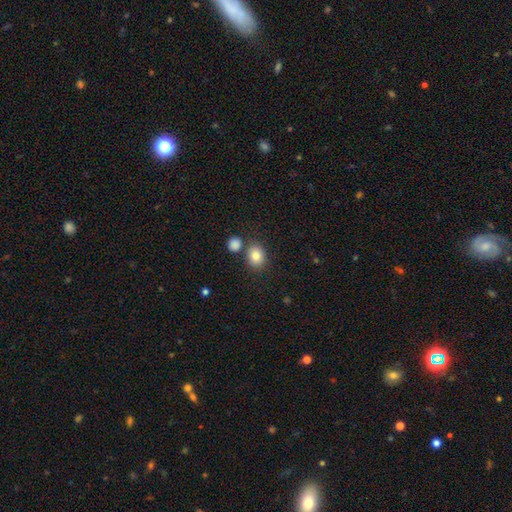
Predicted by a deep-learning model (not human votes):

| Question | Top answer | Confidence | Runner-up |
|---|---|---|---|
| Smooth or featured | smooth | 83% | star or artifact (10%) |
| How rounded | round | 56% | in between (43%) |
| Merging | none | 74% | merger (13%) |